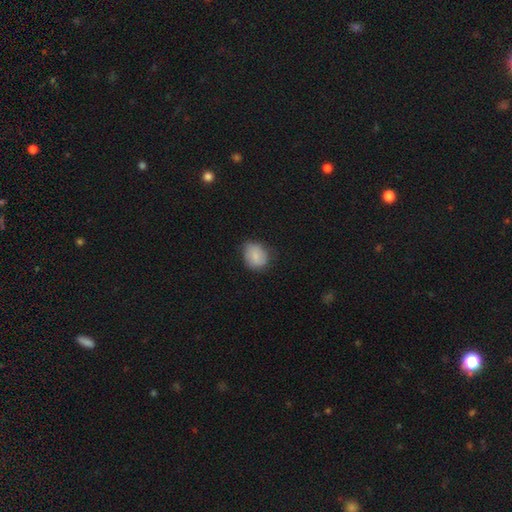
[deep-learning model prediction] Morphology: type=smooth (82%); roundness=round (56%); merging=none (68%).